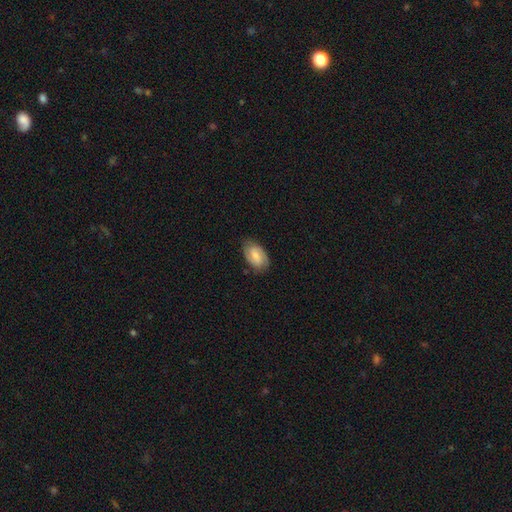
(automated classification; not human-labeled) smooth_or_featured: featured or disk (p=0.54) [alt: smooth p=0.39]
disk_edge_on: no (p=0.96) [alt: yes p=0.04]
bar: weak (p=0.53) [alt: no p=0.29]
has_spiral_arms: yes (p=0.89) [alt: no p=0.11]
bulge_size: small (p=0.47) [alt: moderate p=0.34]
merging: none (p=0.79) [alt: minor disturbance p=0.16]